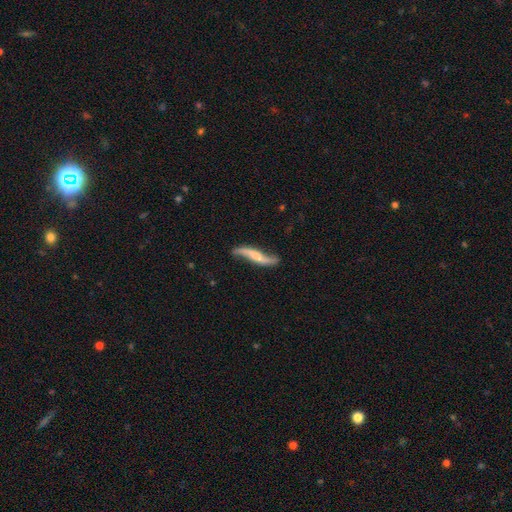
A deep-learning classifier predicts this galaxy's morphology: This appears to be a featured or disk galaxy (76%) with no bar (50%), 2 (92%) loose (92%) spiral arms (94%) and no central bulge (46%). Merging: none (69%).